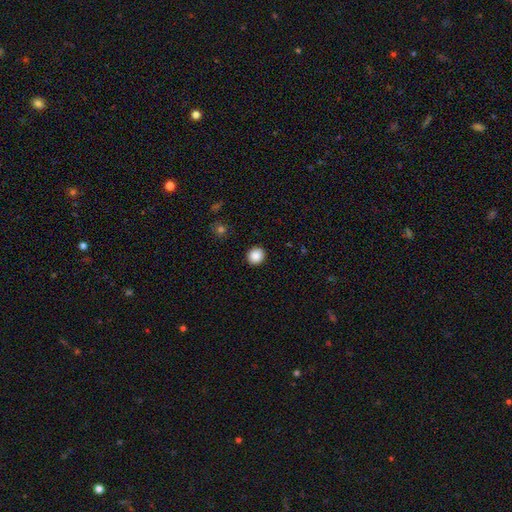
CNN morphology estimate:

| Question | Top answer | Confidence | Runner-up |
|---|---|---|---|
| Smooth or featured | smooth | 88% | star or artifact (9%) |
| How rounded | round | 86% | in between (13%) |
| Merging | none | 92% | minor disturbance (5%) |